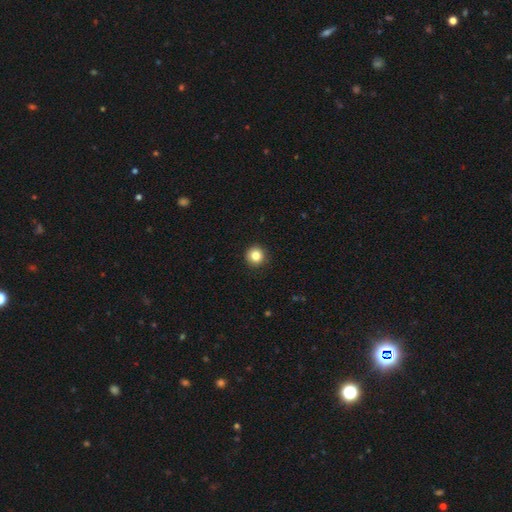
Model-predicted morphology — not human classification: Smooth or featured? Predicted: smooth (p=0.84). How rounded? Predicted: round (p=0.94). Merging? Predicted: none (p=0.93).